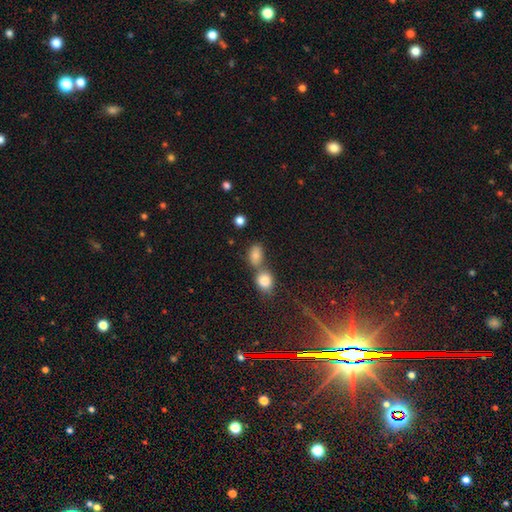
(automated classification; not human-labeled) The model was most divided on "merging": none: 46%, merger: 41%, minor disturbance: 9%, major disturbance: 4%. More confident: smooth or featured — smooth (68%); how rounded — in between (61%).